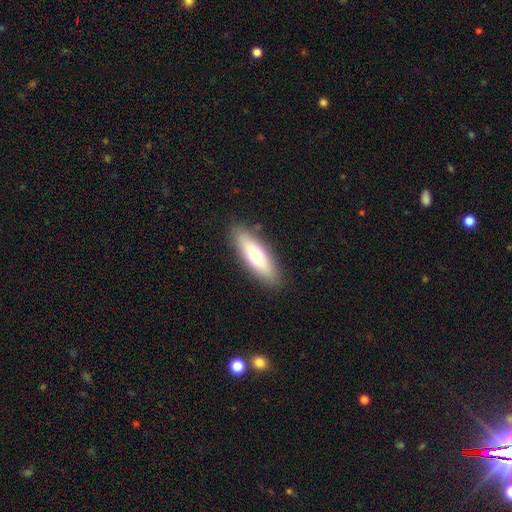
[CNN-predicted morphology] Smooth or featured: smooth — 62% (featured or disk — 31%)
How rounded: in between — 52% (cigar-shaped — 45%)
Merging: none — 87% (minor disturbance — 9%)